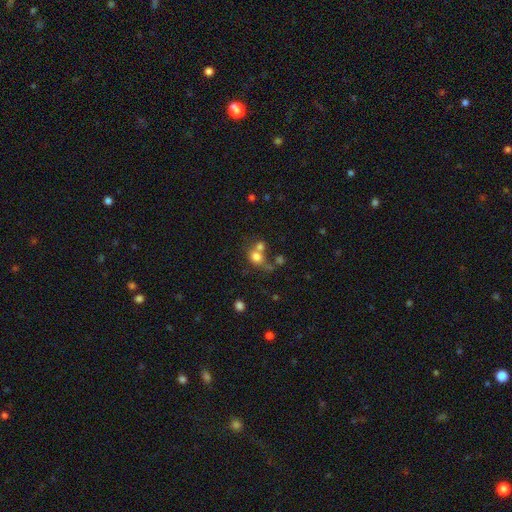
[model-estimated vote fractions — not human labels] Smooth or featured?
  - smooth: 72% *
  - featured or disk: 15%
  - star or artifact: 13%
How rounded?
  - round: 70% *
  - in between: 29%
  - cigar-shaped: 1%
Merging?
  - merger: 48% *
  - none: 33%
  - minor disturbance: 10%
  - major disturbance: 9%